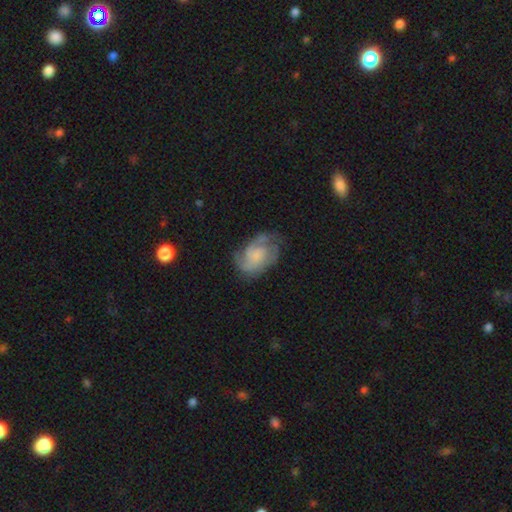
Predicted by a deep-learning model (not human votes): Smooth or featured? Predicted: featured or disk (p=0.73). Edge-on disk? Predicted: no (p=0.98). Bar? Predicted: no (p=0.69). Spiral arms? Predicted: yes (p=0.91). Spiral winding? Predicted: medium (p=0.45). Spiral arm count? Predicted: 2 (p=0.33). Bulge size? Predicted: small (p=0.39). Merging? Predicted: none (p=0.58).